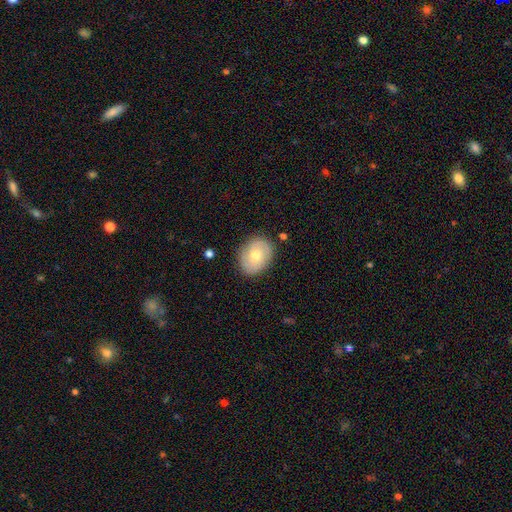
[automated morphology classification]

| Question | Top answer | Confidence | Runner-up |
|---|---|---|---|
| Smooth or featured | smooth | 46% | tied: featured or disk (46%) |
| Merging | none | 83% | minor disturbance (13%) |